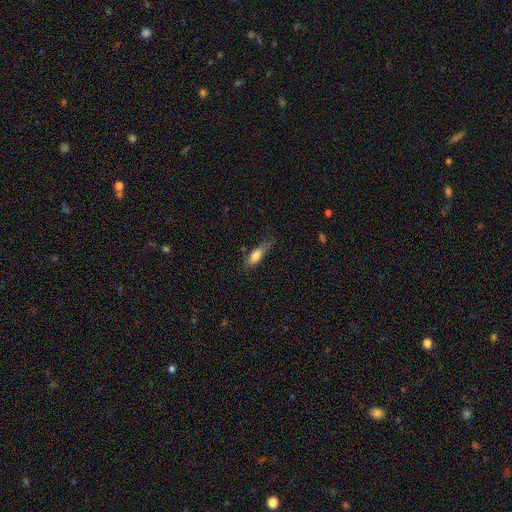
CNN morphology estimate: smooth-or-featured: smooth: 76% | featured or disk: 17% | star or artifact: 8%
  how-rounded: in between: 55% | cigar-shaped: 43% | round: 3%
  merging: none: 45% | minor disturbance: 35% | major disturbance: 18% | merger: 3%